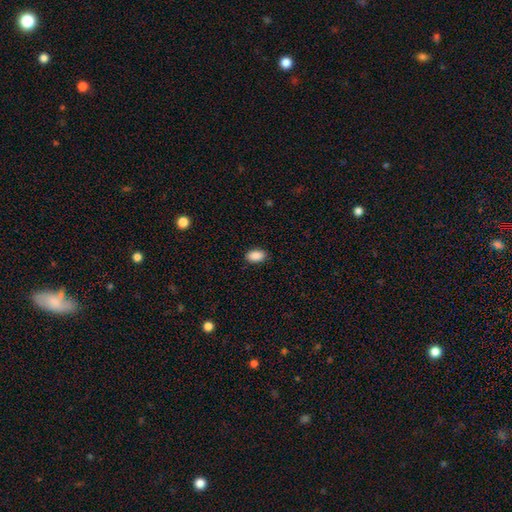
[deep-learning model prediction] Smooth or featured?
  - smooth: 90% *
  - star or artifact: 7%
  - featured or disk: 3%
How rounded?
  - in between: 93% *
  - round: 6%
  - cigar-shaped: 2%
Merging?
  - none: 89% *
  - minor disturbance: 8%
  - major disturbance: 2%
  - merger: 1%